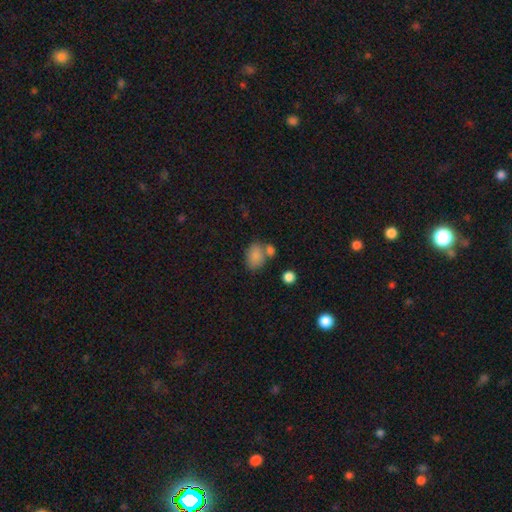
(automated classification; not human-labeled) A smooth galaxy with no disk features (83%) that is in between round and cigar-shaped (77%). Merging: none (51%).